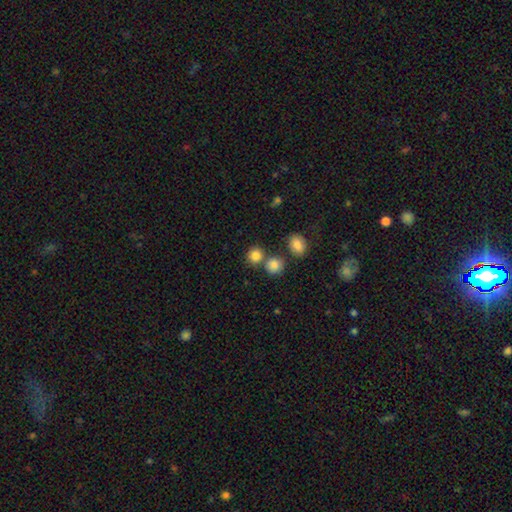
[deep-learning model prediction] Smooth or featured: smooth — 83% (star or artifact — 11%)
How rounded: round — 84% (in between — 15%)
Merging: none — 67% (merger — 22%)